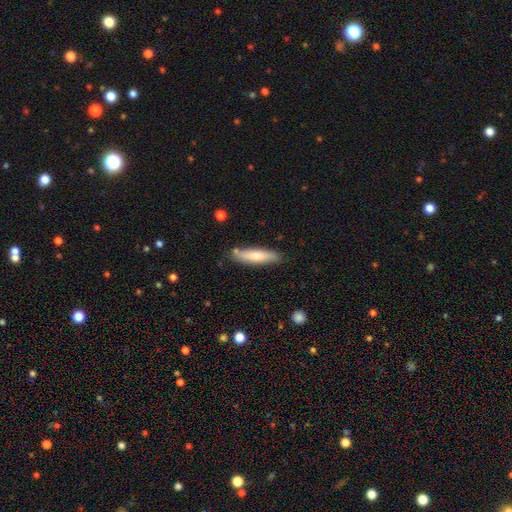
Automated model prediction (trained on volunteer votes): Overall: smooth (72%). How rounded: cigar-shaped (75%). Merging: none (81%).